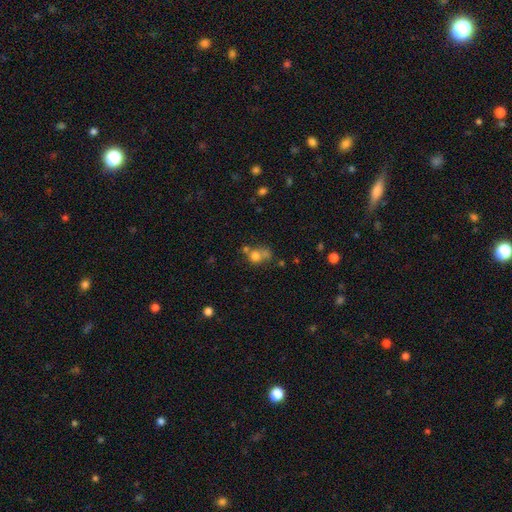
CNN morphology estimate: A smooth galaxy with no disk features (70%) that is round (70%). Merging: merger (43%).